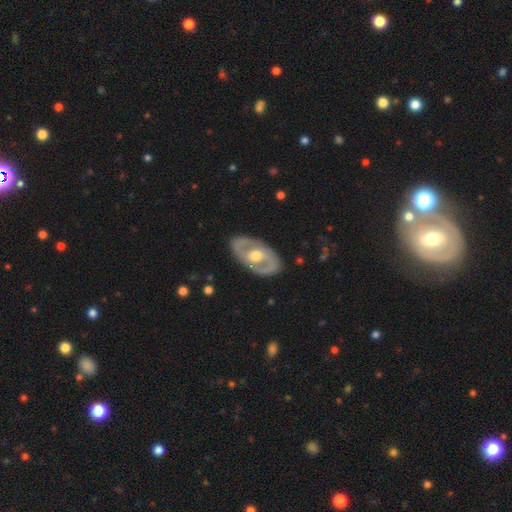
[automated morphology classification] Smooth or featured?
  - featured or disk: 71% *
  - smooth: 24%
  - star or artifact: 4%
Edge-on disk?
  - no: 89% *
  - yes: 11%
Bar?
  - no: 62% *
  - weak: 25%
  - strong: 13%
Spiral arms?
  - no: 62% *
  - yes: 38%
Bulge size?
  - moderate: 68% *
  - large: 21%
  - small: 9%
  - dominant: 1%
  - none: 1%
Merging?
  - none: 82% *
  - minor disturbance: 12%
  - major disturbance: 4%
  - merger: 1%